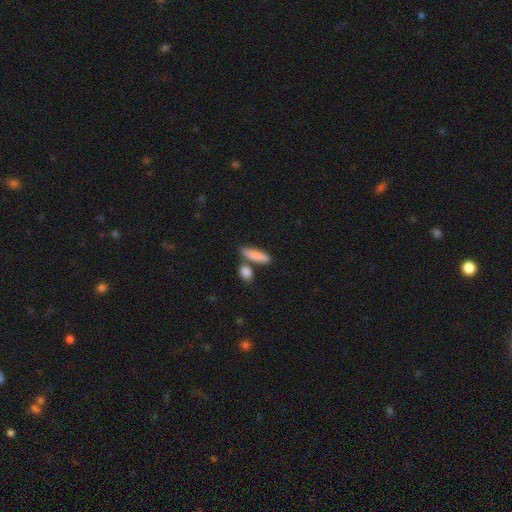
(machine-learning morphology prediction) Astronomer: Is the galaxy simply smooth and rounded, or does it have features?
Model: smooth — 84%.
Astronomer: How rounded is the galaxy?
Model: cigar-shaped — 50% (runner-up: in between, 46%).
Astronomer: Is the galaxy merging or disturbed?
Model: none — 64%.